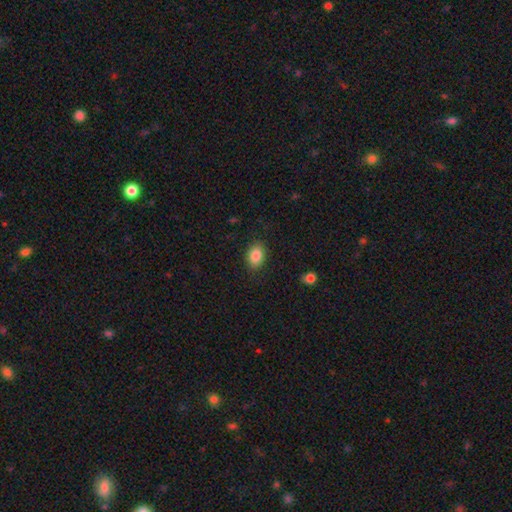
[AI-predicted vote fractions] Q: Smooth or featured?
A: smooth (86%); runner-up: star or artifact (8%)
Q: How rounded?
A: in between (83%); runner-up: round (16%)
Q: Merging?
A: none (86%); runner-up: minor disturbance (10%)